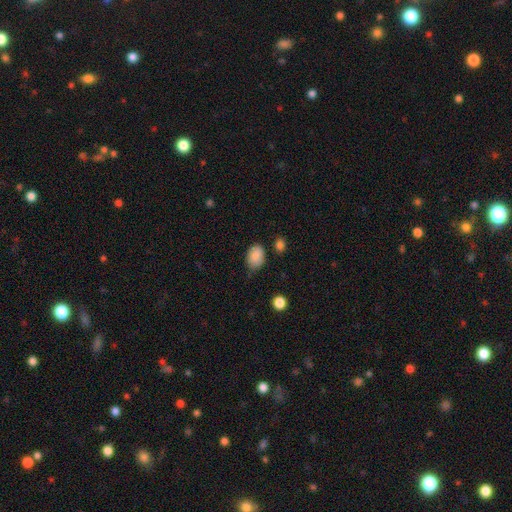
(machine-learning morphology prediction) smooth-or-featured: smooth: 85% | star or artifact: 8% | featured or disk: 7%
  how-rounded: in between: 78% | round: 21% | cigar-shaped: 1%
  merging: none: 68% | minor disturbance: 24% | major disturbance: 4% | merger: 3%